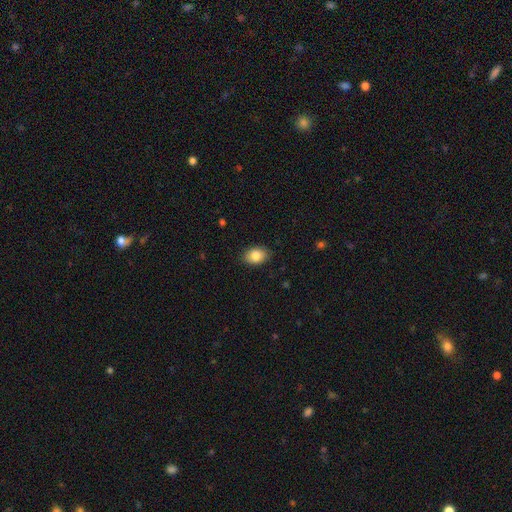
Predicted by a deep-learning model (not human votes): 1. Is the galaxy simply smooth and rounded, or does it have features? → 85% smooth, 8% star or artifact, 8% featured or disk.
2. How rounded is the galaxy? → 80% in between, 19% round, 1% cigar-shaped.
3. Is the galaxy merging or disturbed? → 86% none, 10% minor disturbance, 2% major disturbance, 1% merger.